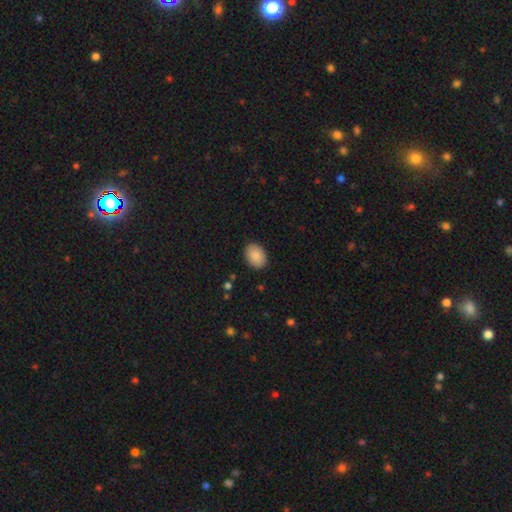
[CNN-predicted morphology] This is clearly a smooth galaxy (89%). How rounded: likely in between (77%). Merging: clearly none (89%).